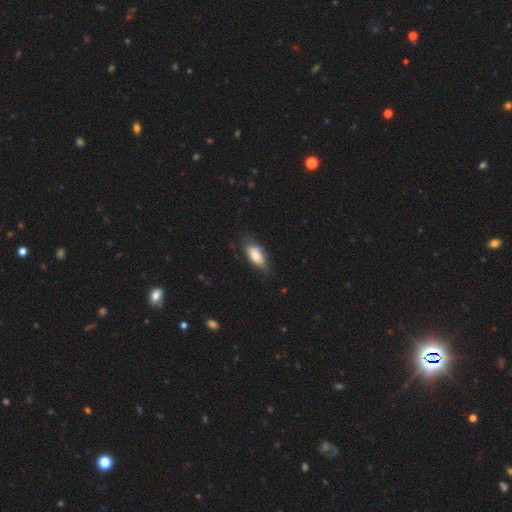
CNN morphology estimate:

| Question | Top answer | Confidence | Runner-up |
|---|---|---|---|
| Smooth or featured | smooth | 74% | featured or disk (19%) |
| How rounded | in between | 83% | cigar-shaped (14%) |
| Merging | none | 67% | minor disturbance (26%) |